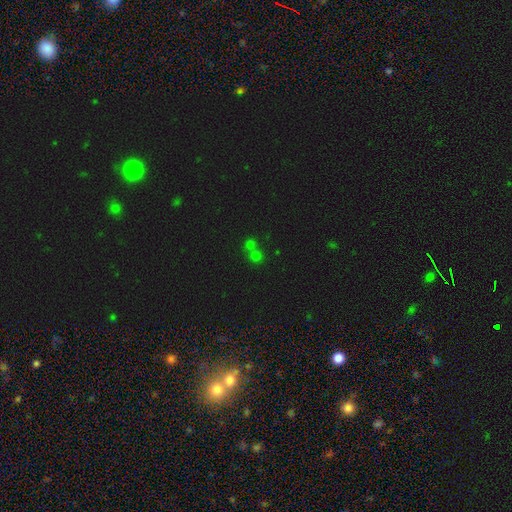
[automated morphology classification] The model was most divided on "merging": none: 51%, merger: 42%, minor disturbance: 5%, major disturbance: 2%. More confident: how rounded — round (88%); smooth or featured — smooth (57%).